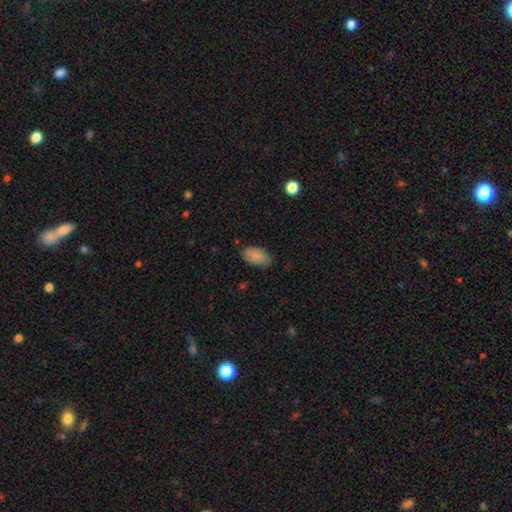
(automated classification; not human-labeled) smooth-or-featured: smooth: 87% | star or artifact: 7% | featured or disk: 6%
  how-rounded: in between: 94% | round: 3% | cigar-shaped: 3%
  merging: none: 75% | minor disturbance: 20% | major disturbance: 3% | merger: 1%